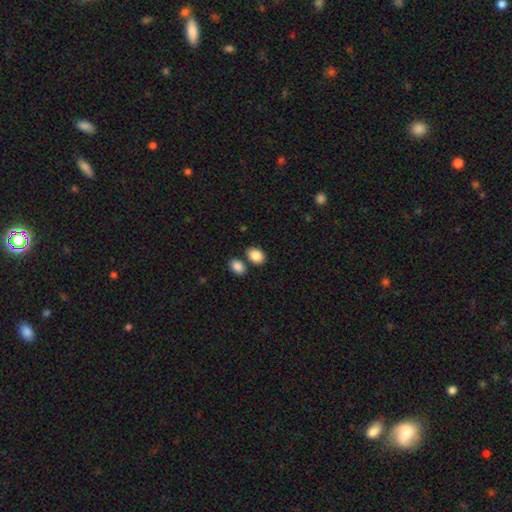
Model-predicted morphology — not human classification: type=smooth (87%); roundness=in between (75%); merging=none (68%).